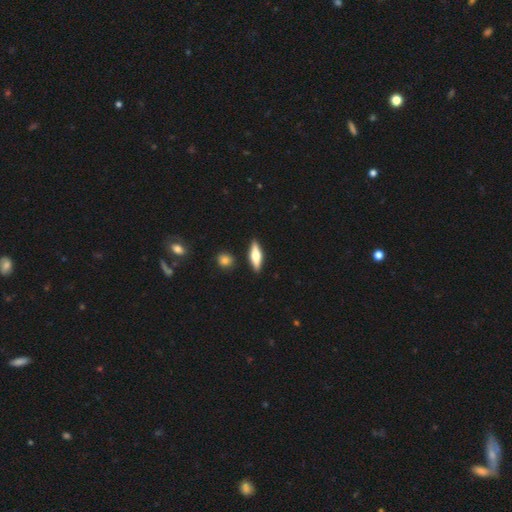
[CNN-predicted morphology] smooth-or-featured: featured or disk: 47% | smooth: 46% | star or artifact: 6%
  merging: none: 87% | minor disturbance: 8% | merger: 3% | major disturbance: 2%